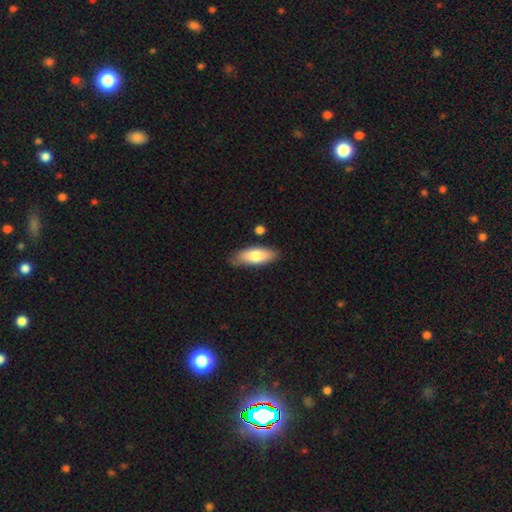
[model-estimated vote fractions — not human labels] This appears to be a smooth galaxy with no disk features (77%) that is in between round and cigar-shaped (73%). Merging: none (79%).